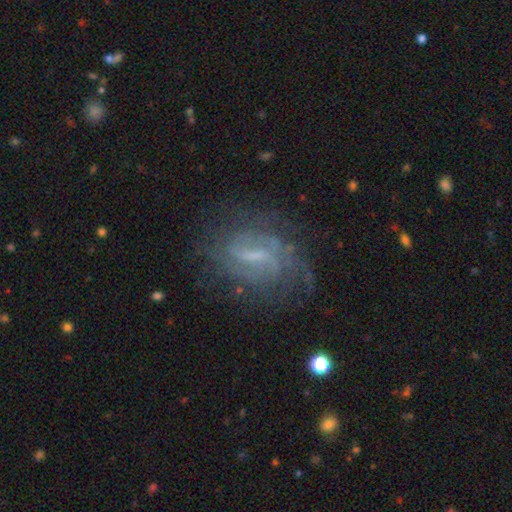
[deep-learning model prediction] Smooth or featured? featured or disk (74%)
Edge-on disk? no (93%)
Bar? weak (47%)
Spiral arms? yes (81%)
Spiral winding? tight (49%)
Spiral arm count? can't tell (53%)
Bulge size? small (43%)
Merging? none (66%)